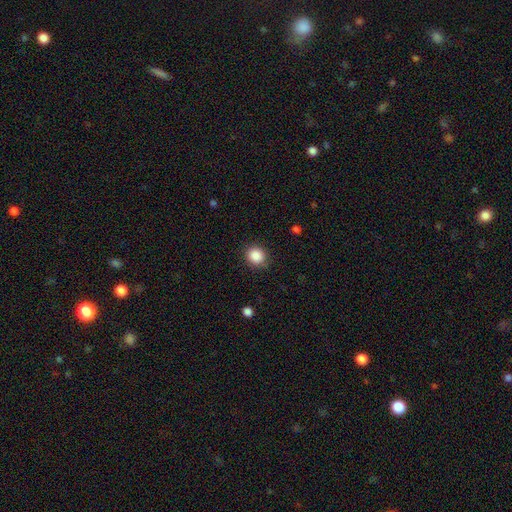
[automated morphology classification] smooth_or_featured: smooth (p=0.87) [alt: star or artifact p=0.09]
how_rounded: round (p=0.80) [alt: in between p=0.19]
merging: none (p=0.87) [alt: minor disturbance p=0.09]